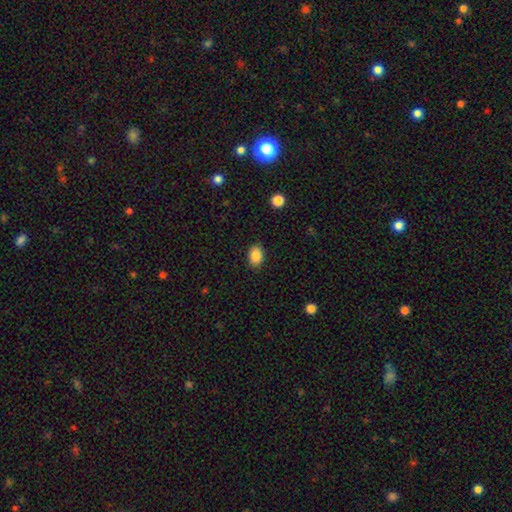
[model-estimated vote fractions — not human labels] This is clearly a smooth galaxy (88%). How rounded: likely in between (79%). Merging: clearly none (86%).